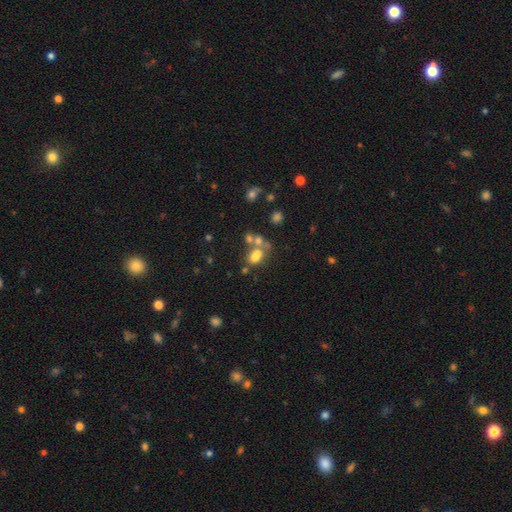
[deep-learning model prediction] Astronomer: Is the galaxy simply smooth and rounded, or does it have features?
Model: smooth — 63%.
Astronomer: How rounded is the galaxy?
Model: in between — 54% (runner-up: round, 44%).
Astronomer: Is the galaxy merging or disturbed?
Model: merger — 46% (runner-up: none, 36%).